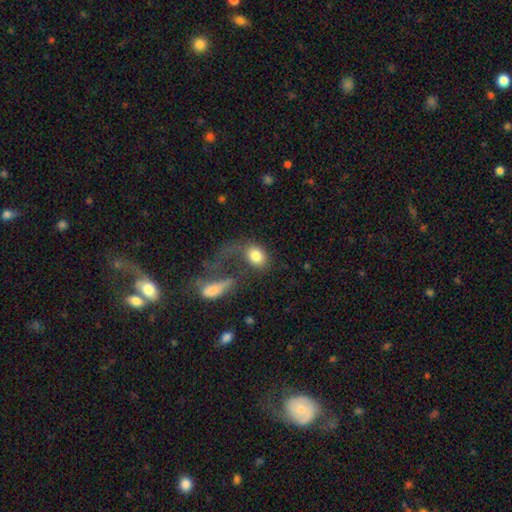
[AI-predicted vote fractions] A smooth galaxy with no disk features (81%) that is in between round and cigar-shaped (67%). Merging: none (41%).